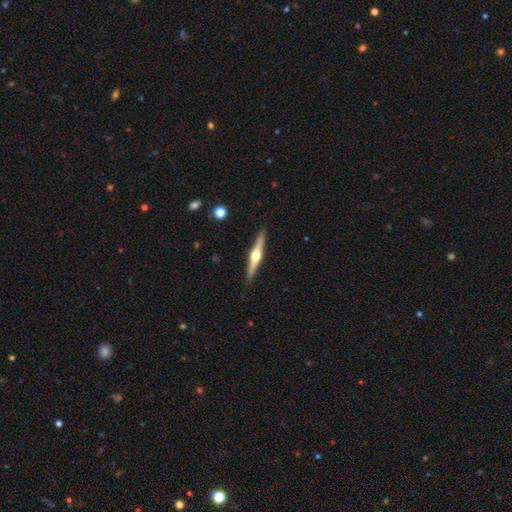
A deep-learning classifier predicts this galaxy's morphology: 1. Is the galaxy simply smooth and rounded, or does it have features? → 74% featured or disk, 21% smooth, 5% star or artifact.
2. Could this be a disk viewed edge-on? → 98% yes, 2% no.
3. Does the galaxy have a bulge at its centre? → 95% rounded, 3% boxy, 2% none.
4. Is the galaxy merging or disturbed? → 91% none, 6% minor disturbance, 1% major disturbance, 1% merger.